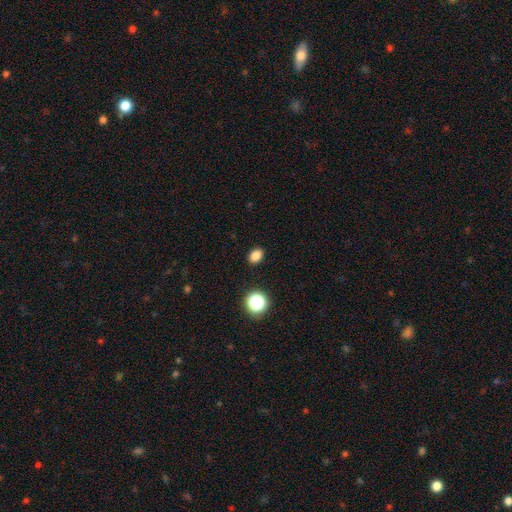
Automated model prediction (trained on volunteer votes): This appears to be a smooth galaxy with no disk features (83%) that is in between round and cigar-shaped (65%). Merging: none (89%).